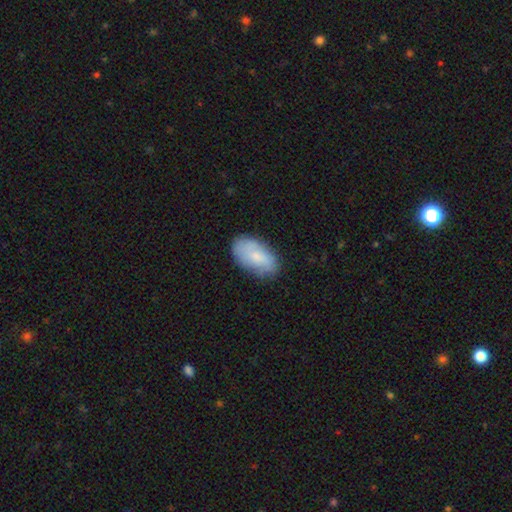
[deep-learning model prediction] Smooth or featured?
  - smooth: 74% *
  - featured or disk: 19%
  - star or artifact: 6%
How rounded?
  - in between: 94% *
  - round: 3%
  - cigar-shaped: 3%
Merging?
  - none: 74% *
  - minor disturbance: 20%
  - major disturbance: 4%
  - merger: 2%